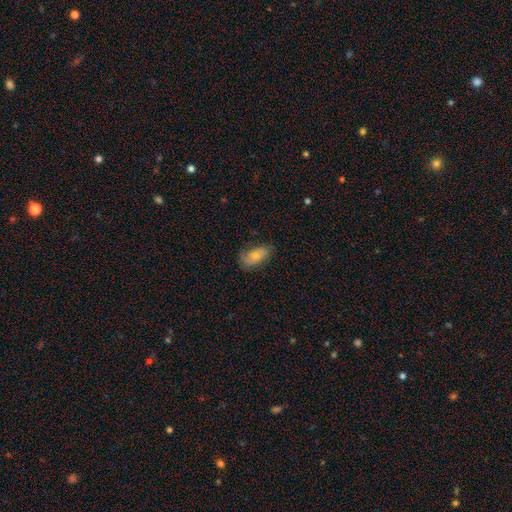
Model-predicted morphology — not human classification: smooth 69%, featured or disk 24%, star or artifact 7%. Down the decision tree: how rounded — in between (91%); merging — none (66%).